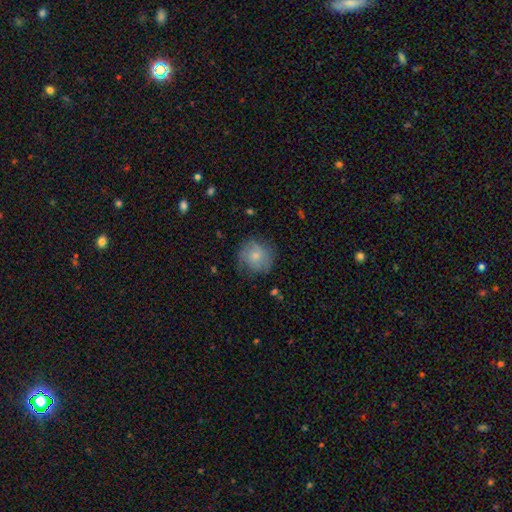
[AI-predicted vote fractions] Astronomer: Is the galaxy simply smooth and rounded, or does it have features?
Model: smooth — 64%.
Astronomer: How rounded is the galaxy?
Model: round — 89%.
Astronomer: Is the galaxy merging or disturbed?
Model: none — 71%.